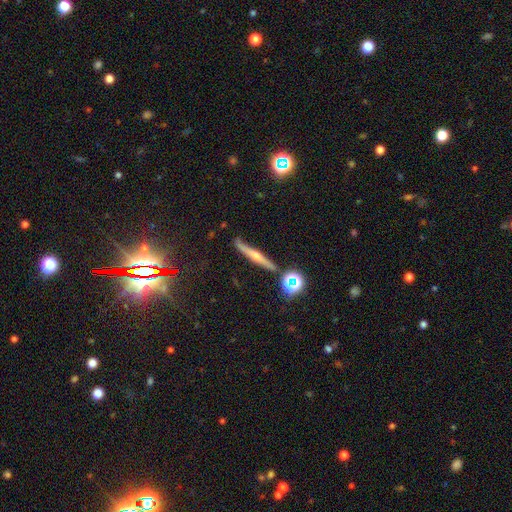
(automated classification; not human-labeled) The model was most divided on "smooth or featured": featured or disk: 57%, smooth: 30%, star or artifact: 13%. More confident: edge-on disk — yes (93%); merging — none (82%); edge-on bulge — rounded (79%).